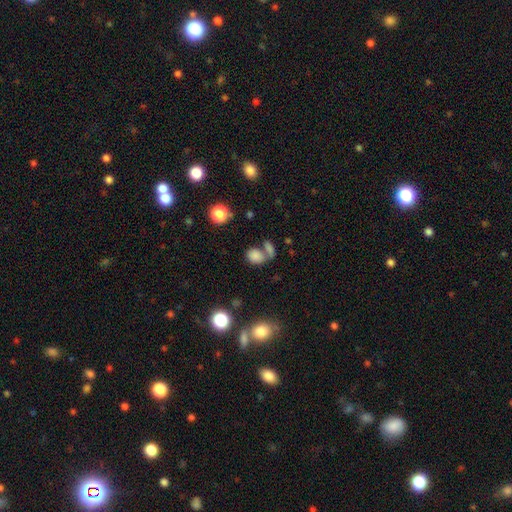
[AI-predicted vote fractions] Smooth or featured? smooth (78%)
How rounded? in between (58%)
Merging? merger (41%, tied with none)